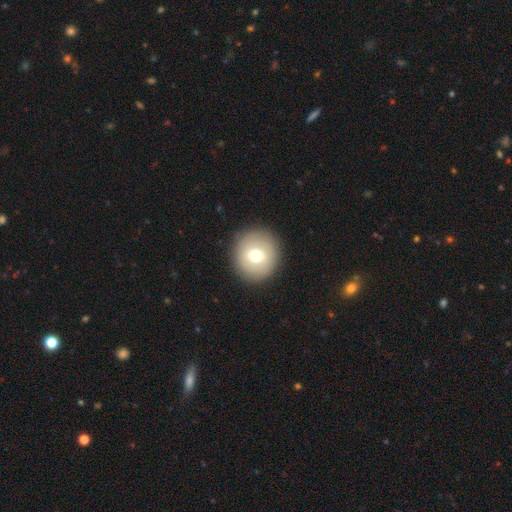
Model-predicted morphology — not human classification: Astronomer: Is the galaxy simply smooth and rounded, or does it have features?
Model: smooth — 69%.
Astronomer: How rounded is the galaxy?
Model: round — 92%.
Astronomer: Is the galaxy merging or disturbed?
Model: none — 90%.